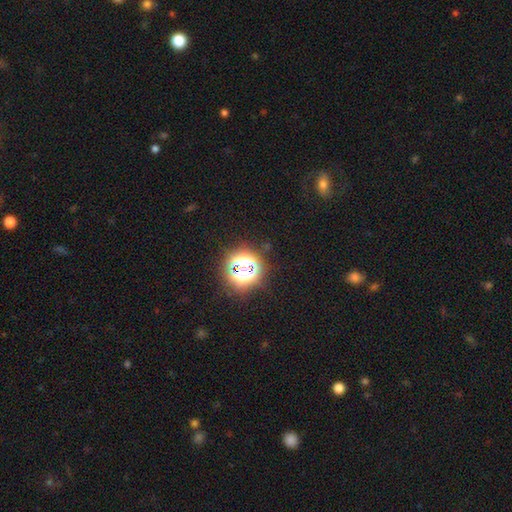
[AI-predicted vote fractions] smooth-or-featured: star or artifact: 75% | smooth: 18% | featured or disk: 6%